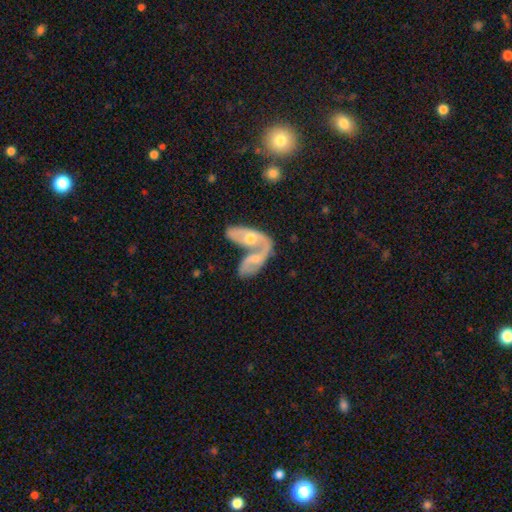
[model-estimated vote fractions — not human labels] Smooth or featured? Predicted: featured or disk (p=0.67). Edge-on disk? Predicted: no (p=0.90). Bar? Predicted: no (p=0.63). Spiral arms? Predicted: yes (p=0.72). Bulge size? Predicted: moderate (p=0.57). Merging? Predicted: merger (p=0.68).